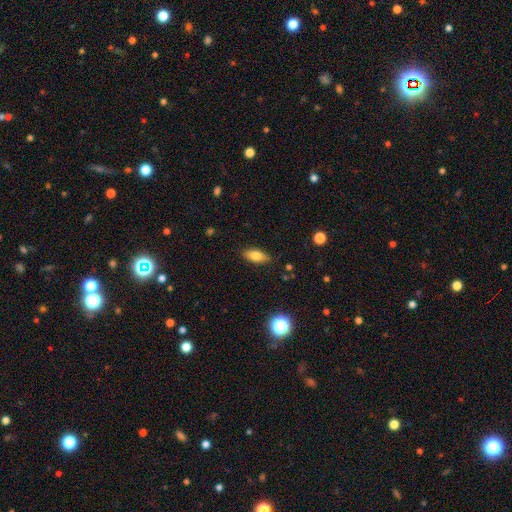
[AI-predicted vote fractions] smooth-or-featured: smooth: 78% | featured or disk: 13% | star or artifact: 8%
  how-rounded: in between: 81% | cigar-shaped: 15% | round: 4%
  merging: none: 85% | minor disturbance: 11% | major disturbance: 3% | merger: 1%